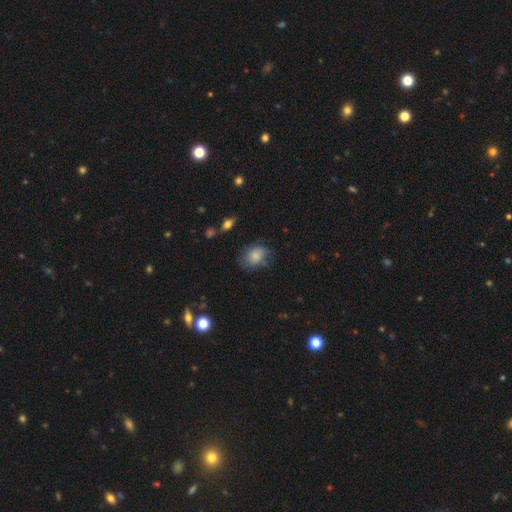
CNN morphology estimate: smooth-or-featured: smooth: 76% | featured or disk: 16% | star or artifact: 8%
  how-rounded: in between: 66% | round: 32% | cigar-shaped: 1%
  merging: none: 60% | minor disturbance: 27% | major disturbance: 11% | merger: 2%